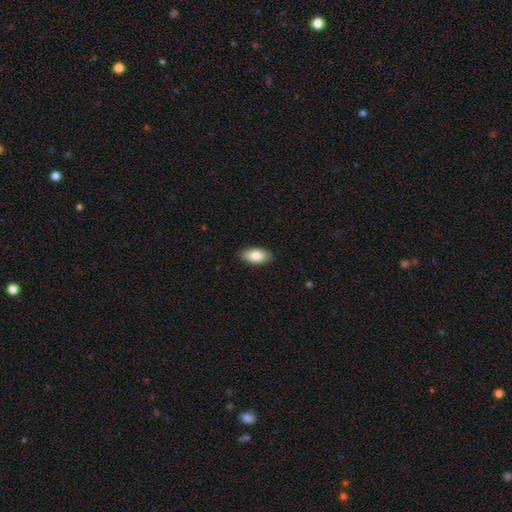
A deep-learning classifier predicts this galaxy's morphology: Smooth or featured? smooth (83%)
How rounded? in between (93%)
Merging? none (90%)